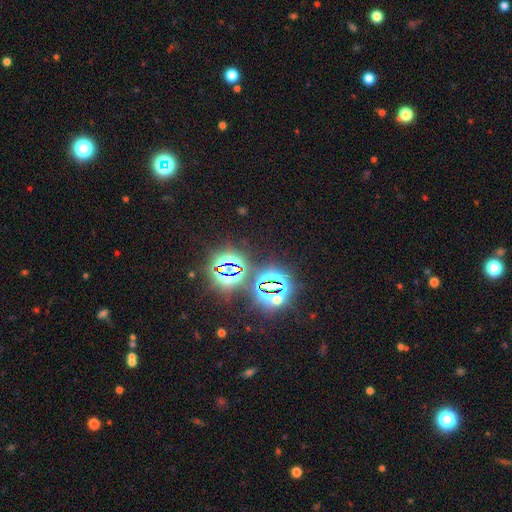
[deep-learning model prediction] smooth-or-featured: star or artifact: 81% | smooth: 13% | featured or disk: 7%